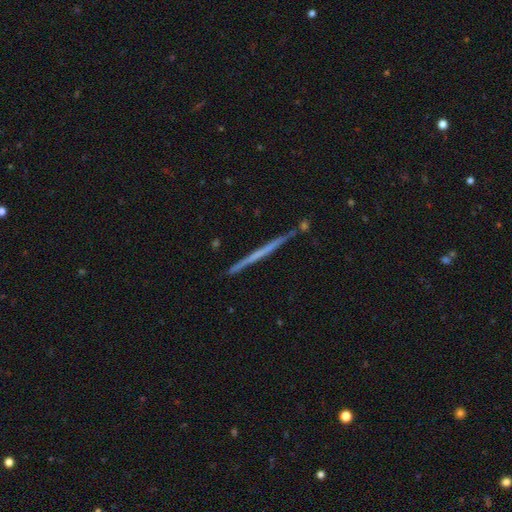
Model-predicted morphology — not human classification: type=featured or disk (62%); edge-on=yes (98%); edge-on bulge=none (88%); merging=none (89%).